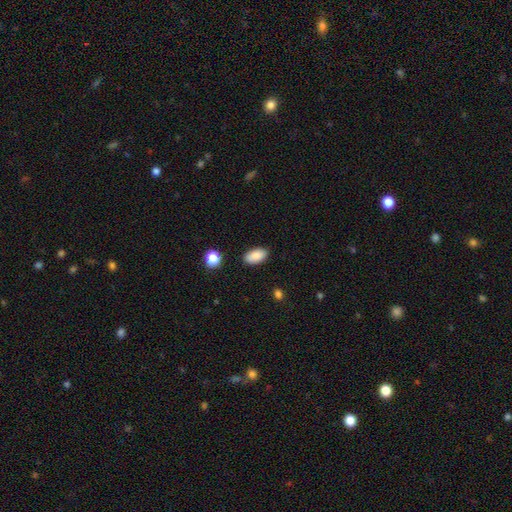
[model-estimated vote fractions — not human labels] Smooth or featured: smooth — 87% (star or artifact — 8%)
How rounded: in between — 93% (round — 4%)
Merging: none — 86% (minor disturbance — 10%)